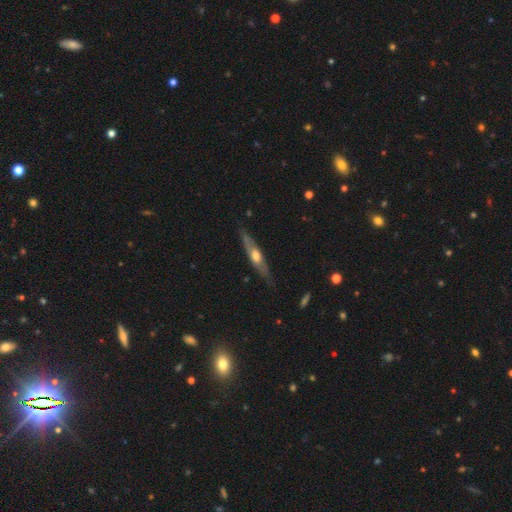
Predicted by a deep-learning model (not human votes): smooth_or_featured: featured or disk (p=0.61) [alt: smooth p=0.34]
disk_edge_on: yes (p=0.80) [alt: no p=0.20]
merging: none (p=0.78) [alt: minor disturbance p=0.17]